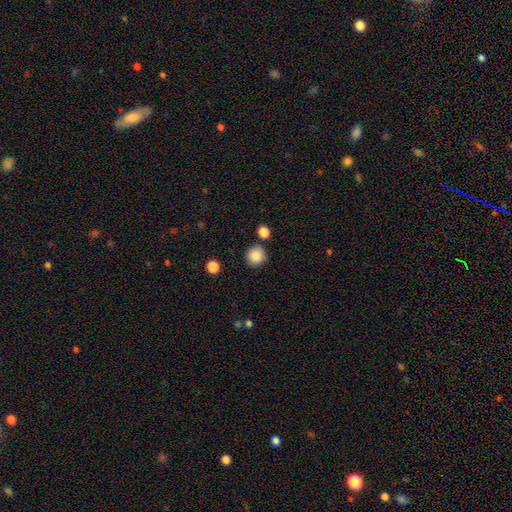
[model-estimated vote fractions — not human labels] Morphology: type=smooth (87%); roundness=round (93%); merging=none (85%).